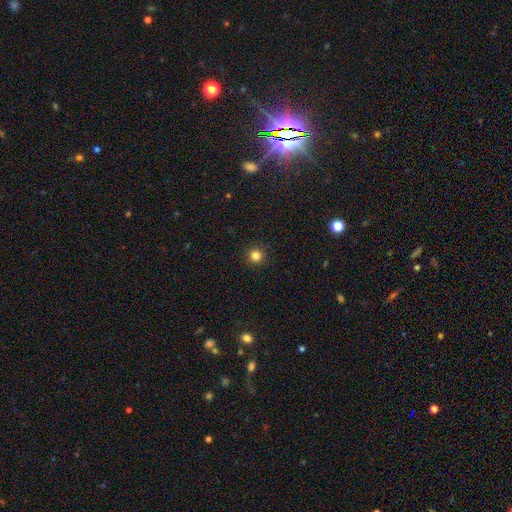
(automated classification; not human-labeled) This is clearly a smooth galaxy (83%). How rounded: clearly round (96%). Merging: clearly none (93%).